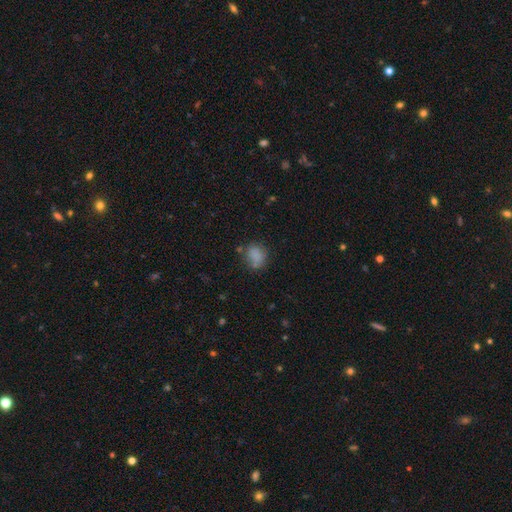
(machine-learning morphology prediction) smooth 81%, star or artifact 11%, featured or disk 7%. Down the decision tree: how rounded — round (58%); merging — none (67%).